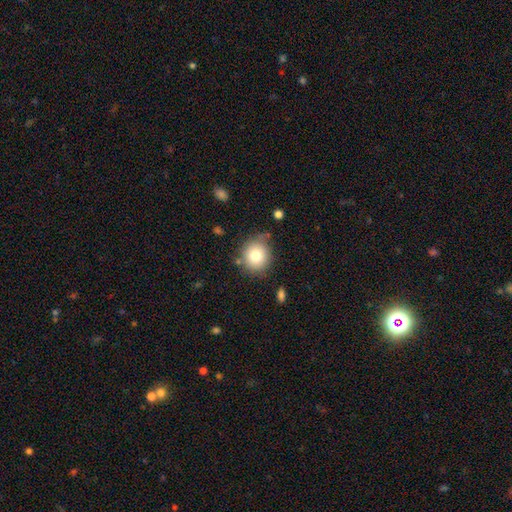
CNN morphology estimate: A smooth galaxy with no disk features (77%) that is round (85%). Merging: none (74%).